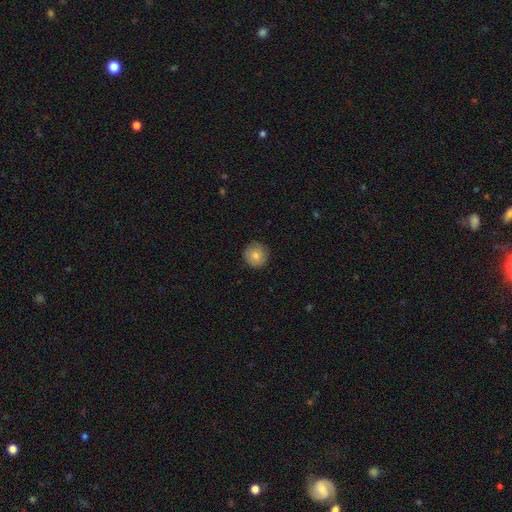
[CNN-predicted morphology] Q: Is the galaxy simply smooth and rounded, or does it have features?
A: smooth — 80%.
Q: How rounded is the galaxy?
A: round — 94%.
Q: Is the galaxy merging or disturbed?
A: none — 87%.